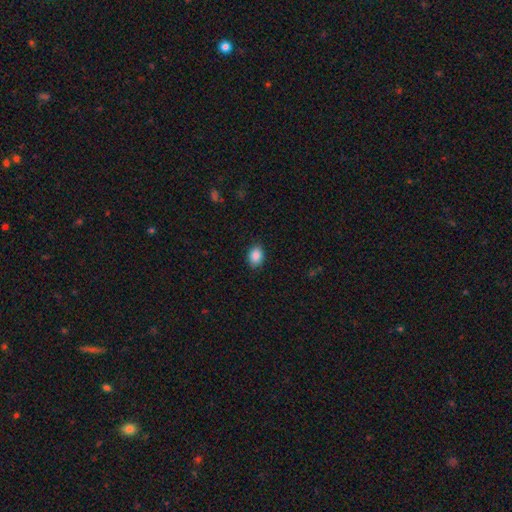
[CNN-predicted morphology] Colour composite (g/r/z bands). It shows a smooth galaxy with no disk features (88%) that is in between round and cigar-shaped (74%). Merging: none (86%).